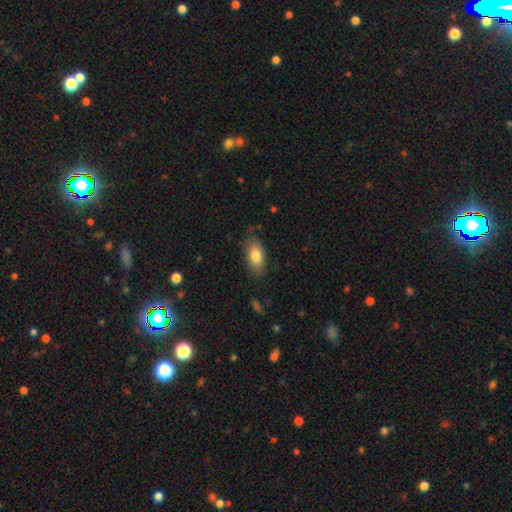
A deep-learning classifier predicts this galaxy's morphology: Smooth or featured? smooth (80%)
How rounded? in between (87%)
Merging? none (79%)